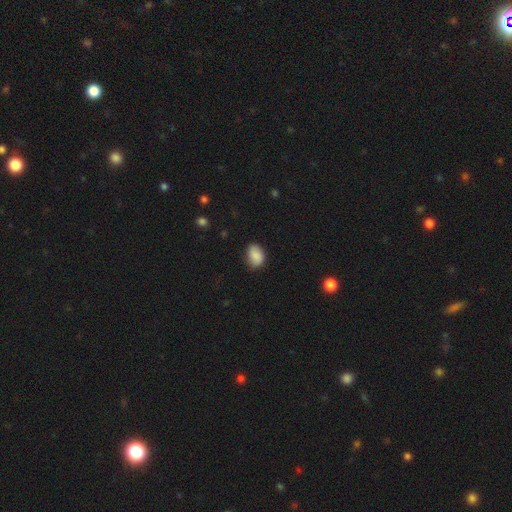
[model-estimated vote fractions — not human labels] Smooth or featured: smooth — 84% (featured or disk — 8%)
How rounded: in between — 71% (round — 28%)
Merging: none — 77% (minor disturbance — 19%)